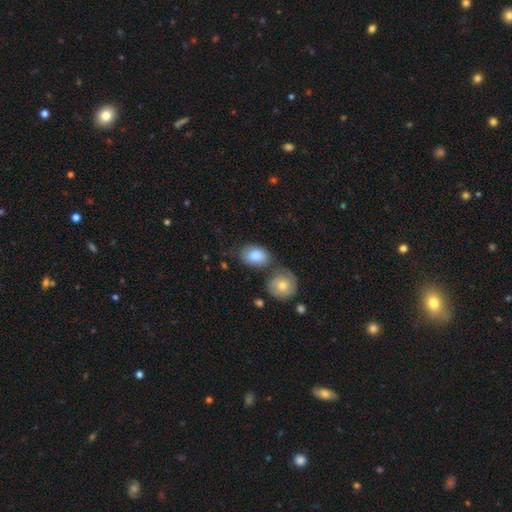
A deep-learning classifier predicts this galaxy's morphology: Overall: smooth (82%). How rounded: in between (78%). Merging: none (49%; merger 24%).